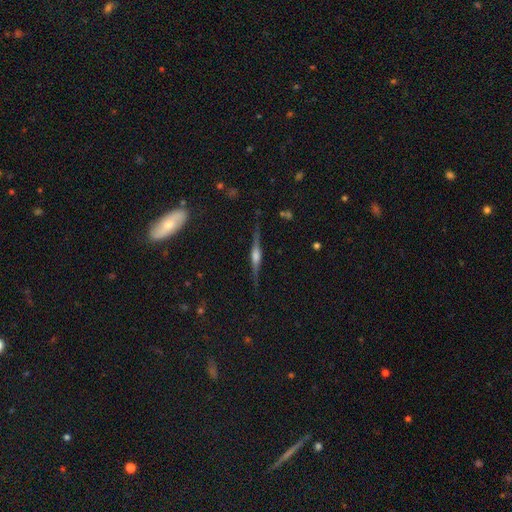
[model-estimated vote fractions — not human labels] This is likely a featured or disk galaxy (78%). It is clearly viewed edge-on (98%). Edge-on bulge: likely rounded (79%). Merging: clearly none (86%).